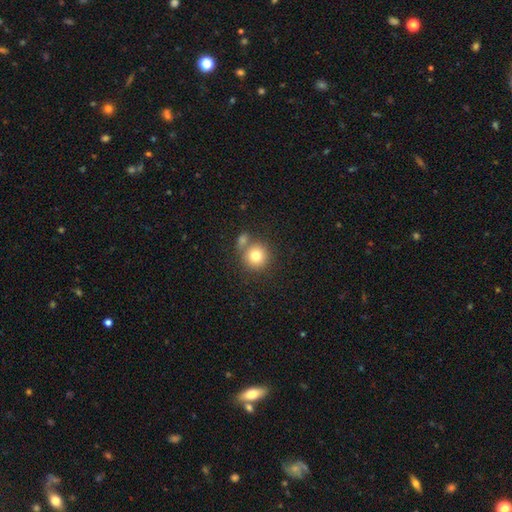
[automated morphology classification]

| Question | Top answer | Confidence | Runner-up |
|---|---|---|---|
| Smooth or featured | smooth | 78% | featured or disk (11%) |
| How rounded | round | 92% | in between (7%) |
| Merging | none | 63% | merger (24%) |